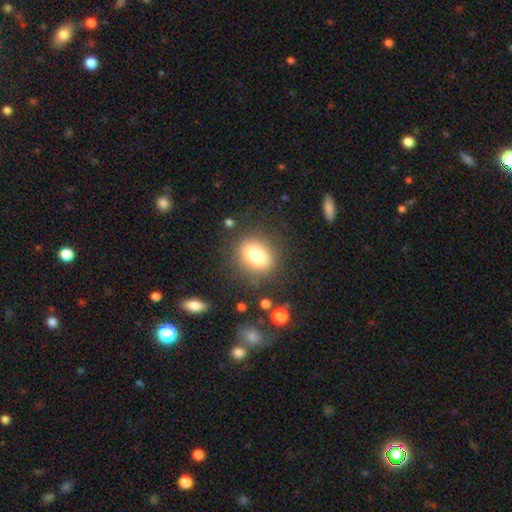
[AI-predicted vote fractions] Morphology: type=smooth (79%); roundness=round (51%); merging=none (81%).